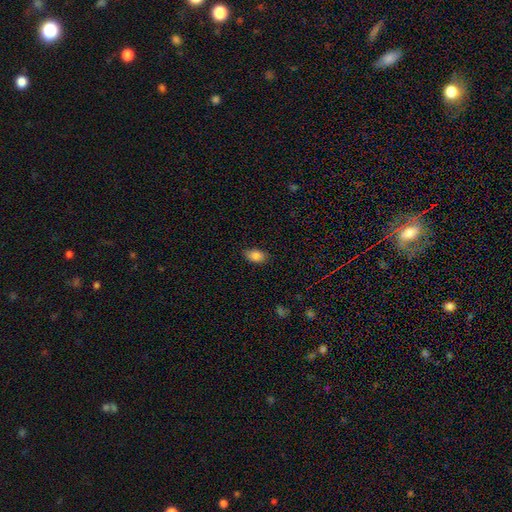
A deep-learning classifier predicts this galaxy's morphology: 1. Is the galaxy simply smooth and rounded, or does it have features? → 86% smooth, 8% star or artifact, 6% featured or disk.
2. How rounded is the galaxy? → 90% in between, 8% round, 2% cigar-shaped.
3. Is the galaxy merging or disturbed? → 84% none, 12% minor disturbance, 2% major disturbance, 1% merger.